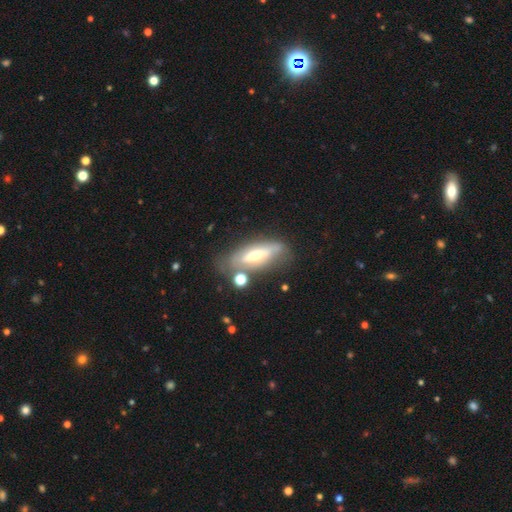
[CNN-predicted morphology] smooth-or-featured: featured or disk: 57% | smooth: 36% | star or artifact: 7%
  disk-edge-on: no: 51% | yes: 49%
  merging: none: 62% | minor disturbance: 21% | merger: 9% | major disturbance: 8%